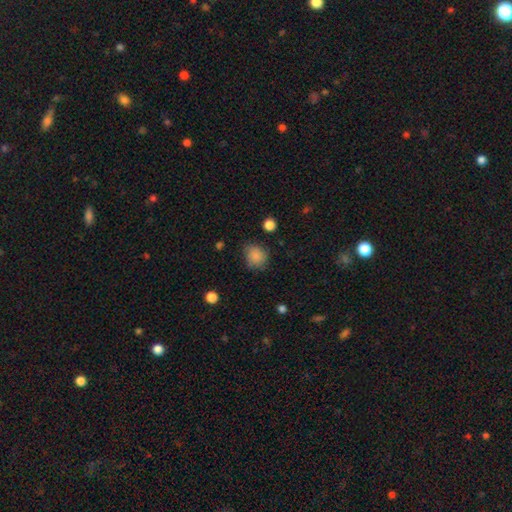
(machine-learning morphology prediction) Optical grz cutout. It shows a smooth galaxy with no disk features (85%) that is round (75%). Merging: none (74%).